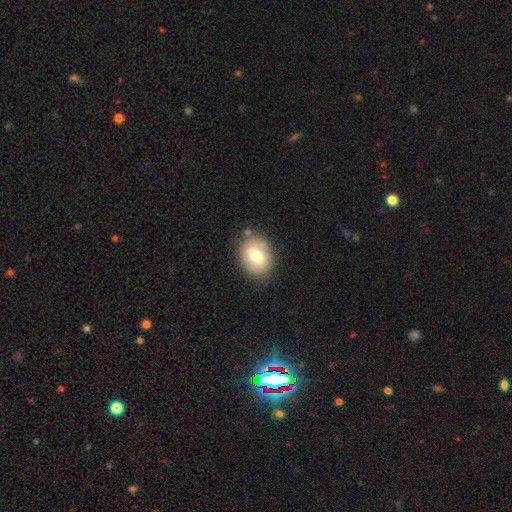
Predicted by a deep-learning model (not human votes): Q: Smooth or featured?
A: smooth (71%); runner-up: featured or disk (20%)
Q: How rounded?
A: in between (66%); runner-up: round (33%)
Q: Merging?
A: none (79%); runner-up: minor disturbance (14%)